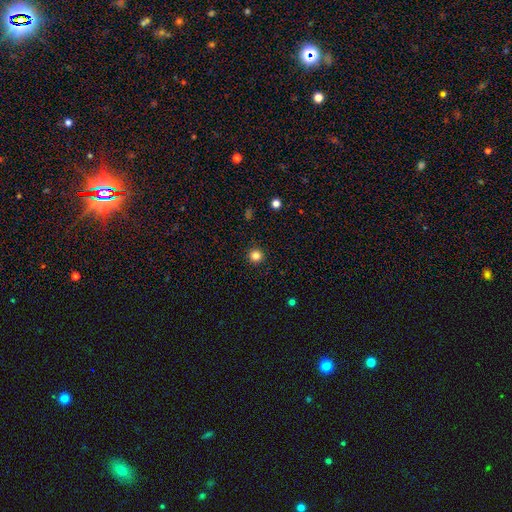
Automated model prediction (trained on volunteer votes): smooth-or-featured: smooth: 84% | star or artifact: 12% | featured or disk: 4%
  how-rounded: round: 96% | in between: 3% | cigar-shaped: 1%
  merging: none: 93% | minor disturbance: 4% | major disturbance: 2% | merger: 1%